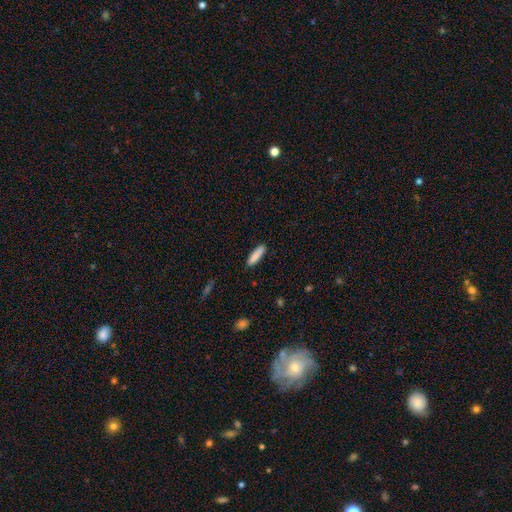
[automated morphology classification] smooth-or-featured: smooth: 86% | featured or disk: 7% | star or artifact: 6%
  how-rounded: cigar-shaped: 74% | in between: 24% | round: 1%
  merging: none: 88% | minor disturbance: 9% | major disturbance: 2% | merger: 1%